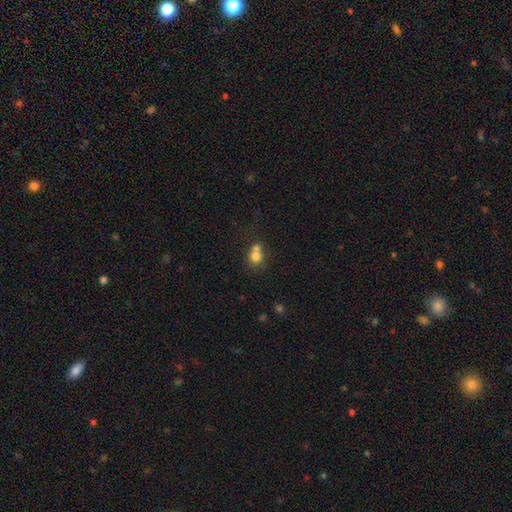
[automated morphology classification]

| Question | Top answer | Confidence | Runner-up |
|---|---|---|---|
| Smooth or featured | smooth | 74% | featured or disk (14%) |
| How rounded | round | 70% | in between (29%) |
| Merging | merger | 55% | none (33%) |